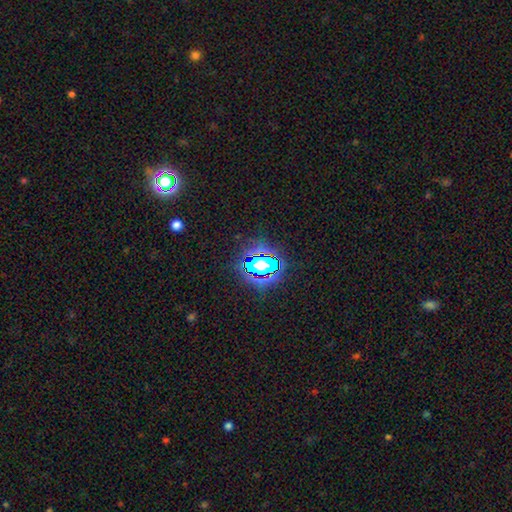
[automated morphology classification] This is likely a star or artifact rather than a galaxy (68%).